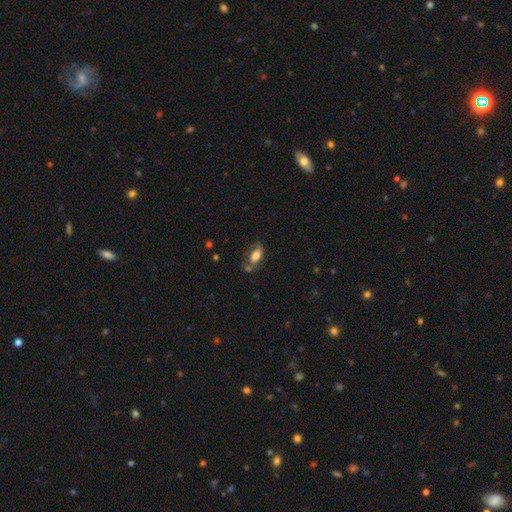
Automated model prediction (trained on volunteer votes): Smooth or featured: smooth — 65% (featured or disk — 27%)
How rounded: in between — 86% (cigar-shaped — 9%)
Merging: none — 50% (minor disturbance — 25%)